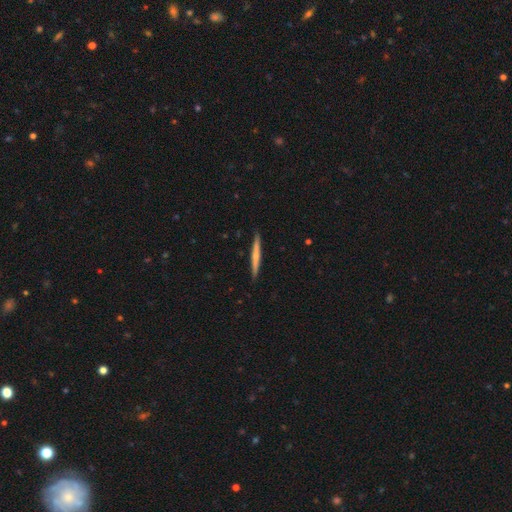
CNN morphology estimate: A smooth galaxy with no disk features (47%, tied with featured or disk). Merging: none (91%).